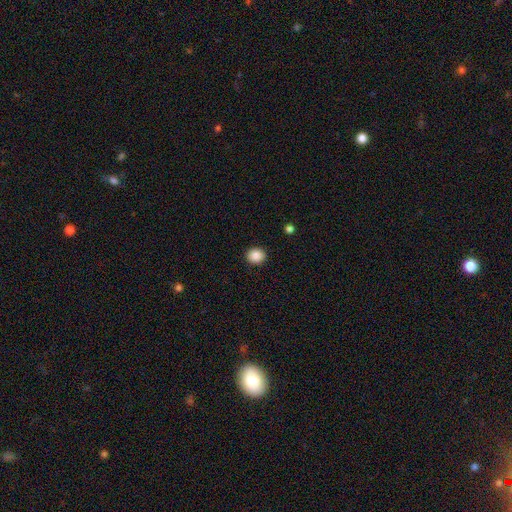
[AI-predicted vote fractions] Morphology: type=smooth (88%); roundness=round (79%); merging=none (91%).